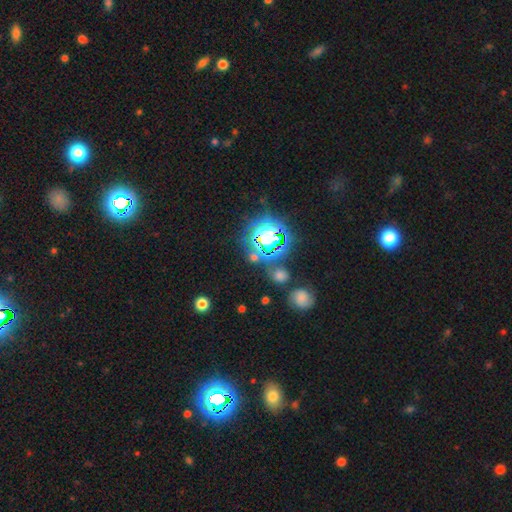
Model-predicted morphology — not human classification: Smooth or featured? star or artifact (71%)